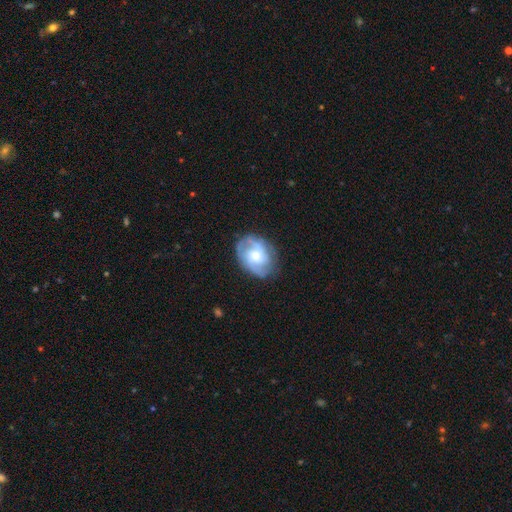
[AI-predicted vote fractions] Smooth or featured? Predicted: featured or disk (p=0.80). Edge-on disk? Predicted: no (p=0.97). Bar? Predicted: no (p=0.65). Spiral arms? Predicted: yes (p=0.94). Spiral winding? Predicted: medium (p=0.45). Spiral arm count? Predicted: 2 (p=0.47). Bulge size? Predicted: moderate (p=0.52). Merging? Predicted: none (p=0.76).